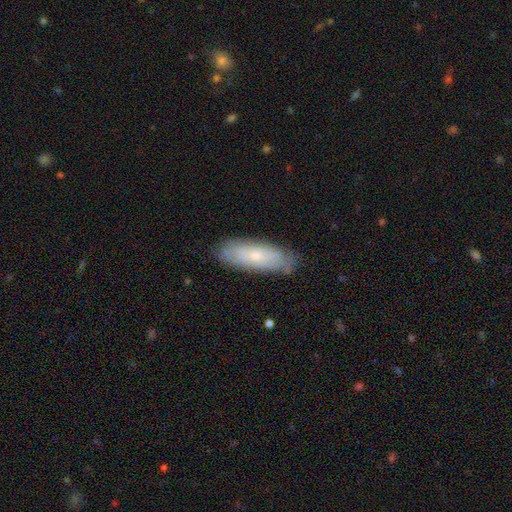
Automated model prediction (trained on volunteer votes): Smooth or featured? smooth (50%)
How rounded? in between (63%)
Merging? none (80%)